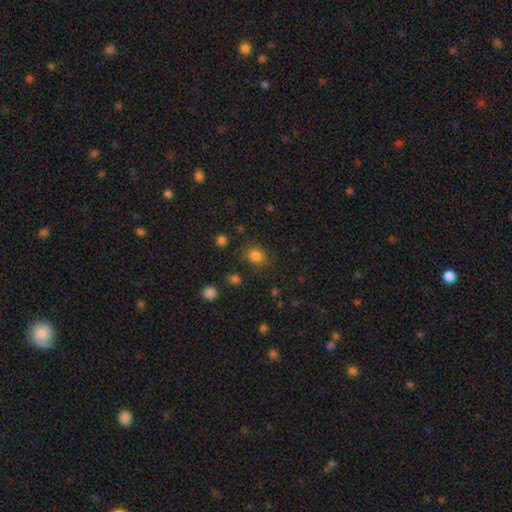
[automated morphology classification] type=smooth (81%); roundness=round (65%); merging=none (79%).